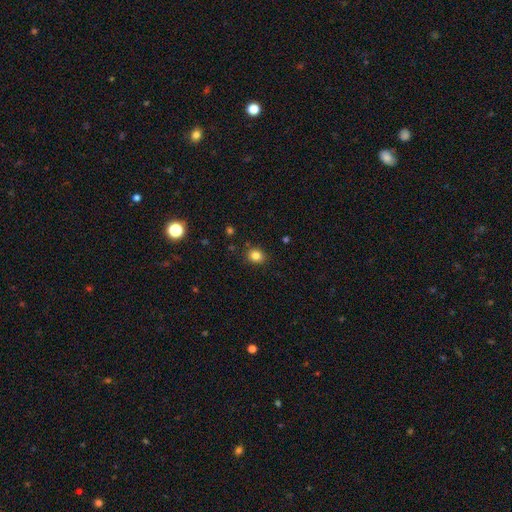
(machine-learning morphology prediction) This is clearly a smooth galaxy (83%). How rounded: likely round (63%). Merging: clearly none (87%).